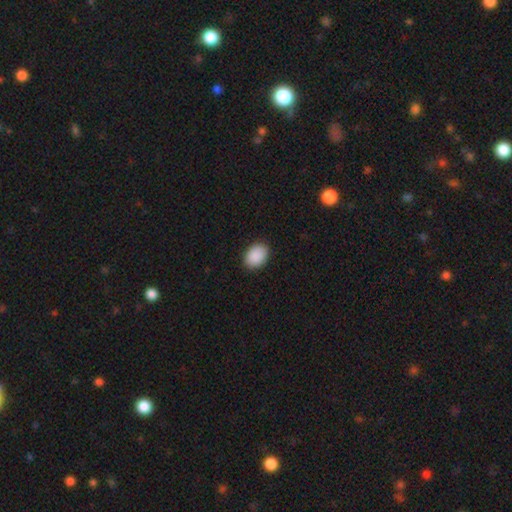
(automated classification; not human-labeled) The model was most divided on "how rounded": in between: 75%, round: 24%, cigar-shaped: 1%. More confident: smooth or featured — smooth (91%); merging — none (88%).